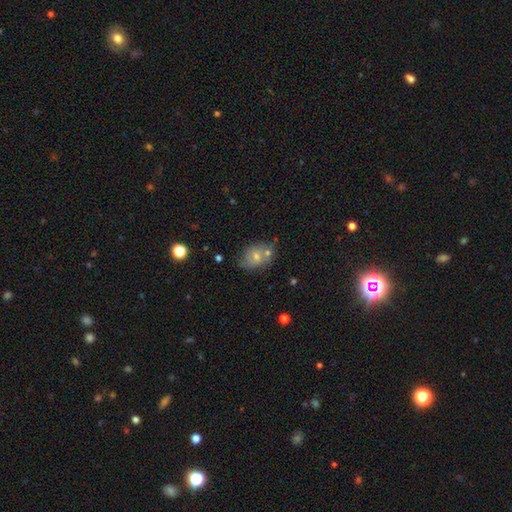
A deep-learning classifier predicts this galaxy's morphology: smooth_or_featured: smooth (p=0.46) [alt: featured or disk p=0.34]
merging: none (p=0.60) [alt: minor disturbance p=0.17]